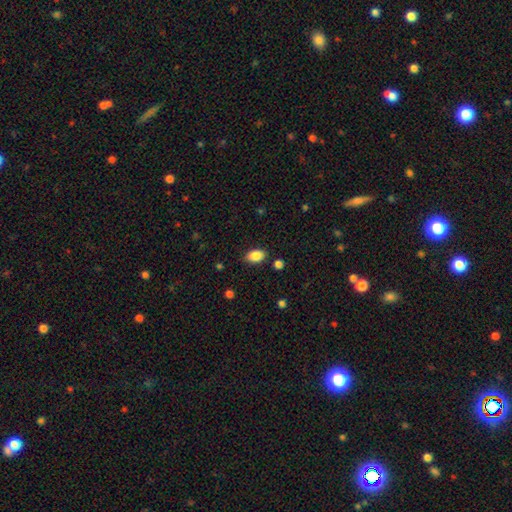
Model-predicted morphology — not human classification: A smooth galaxy with no disk features (87%) that is in between round and cigar-shaped (89%).

Vote fractions:
- Smooth or featured? smooth: 87% / star or artifact: 8% / featured or disk: 4%
- How rounded? in between: 89% / round: 10% / cigar-shaped: 1%
- Merging? none: 85% / minor disturbance: 10% / major disturbance: 3% / merger: 2%